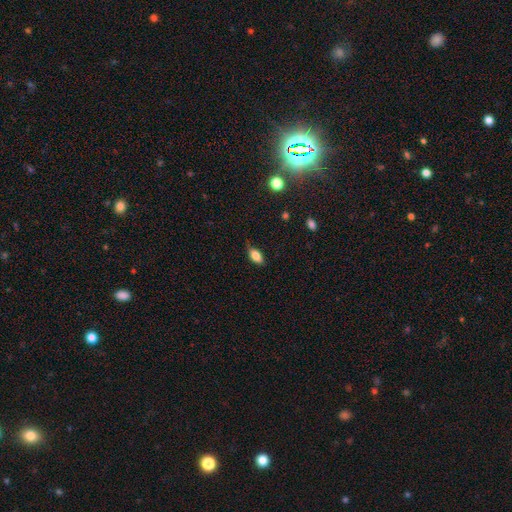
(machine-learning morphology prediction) smooth-or-featured: smooth: 81% | featured or disk: 11% | star or artifact: 8%
  how-rounded: in between: 88% | cigar-shaped: 7% | round: 5%
  merging: none: 74% | minor disturbance: 21% | major disturbance: 4% | merger: 1%